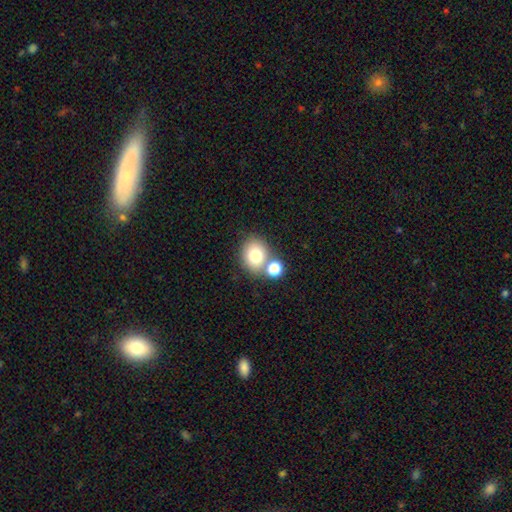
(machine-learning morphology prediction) Smooth or featured? Predicted: smooth (p=0.75). How rounded? Predicted: round (p=0.62). Merging? Predicted: none (p=0.61).